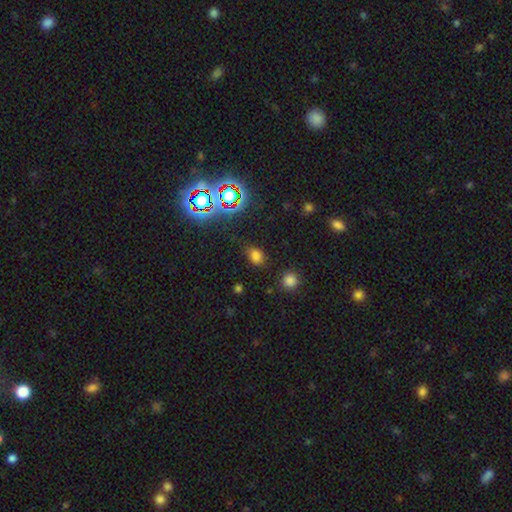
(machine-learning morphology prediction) smooth-or-featured: smooth: 68% | star or artifact: 26% | featured or disk: 6%
  how-rounded: in between: 63% | round: 35% | cigar-shaped: 2%
  merging: none: 72% | minor disturbance: 18% | major disturbance: 7% | merger: 4%